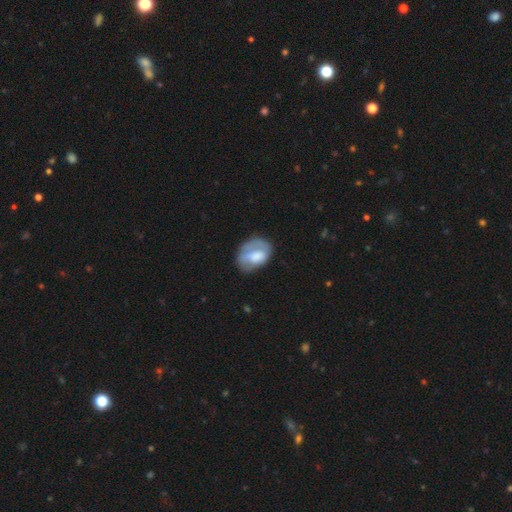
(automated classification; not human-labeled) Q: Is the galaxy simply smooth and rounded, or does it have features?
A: smooth — 59%.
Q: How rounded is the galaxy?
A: in between — 73%.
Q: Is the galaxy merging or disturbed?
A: none — 47%.